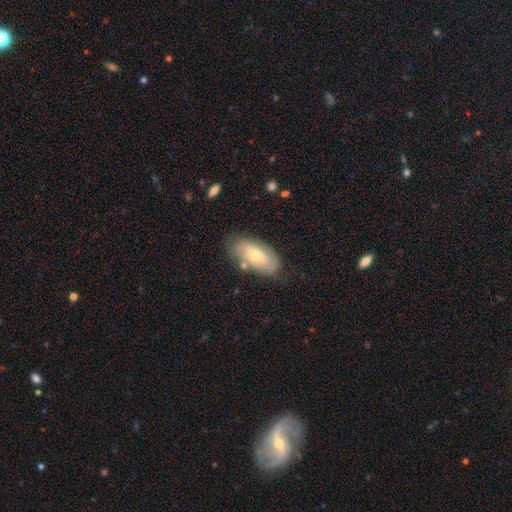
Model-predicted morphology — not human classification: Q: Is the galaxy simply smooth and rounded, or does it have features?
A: smooth — 55%.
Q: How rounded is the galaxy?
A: in between — 91%.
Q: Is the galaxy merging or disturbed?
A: none — 73%.